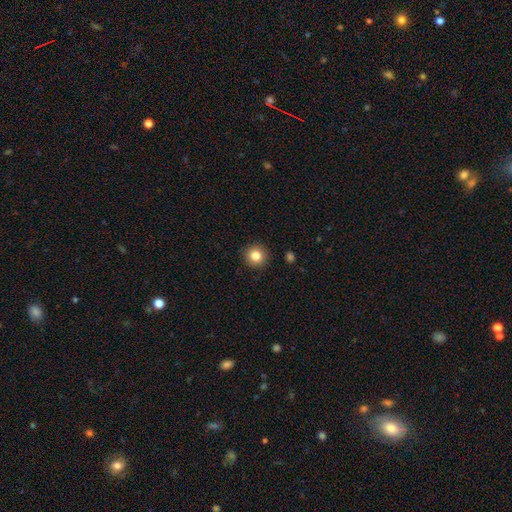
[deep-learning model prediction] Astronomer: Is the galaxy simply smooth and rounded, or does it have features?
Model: smooth — 83%.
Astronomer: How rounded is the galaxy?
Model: round — 95%.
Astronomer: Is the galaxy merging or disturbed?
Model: none — 92%.